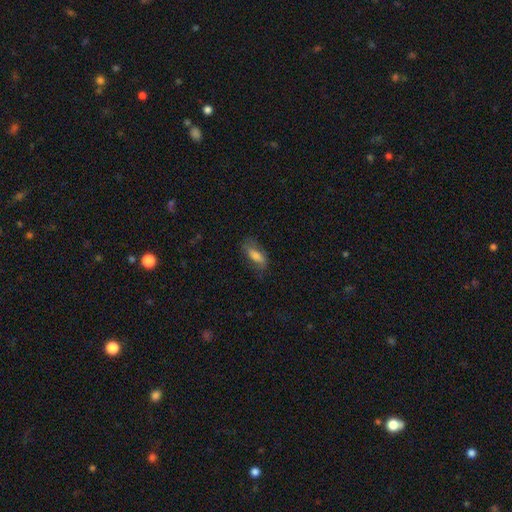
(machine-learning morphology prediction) type=smooth (70%); roundness=in between (70%); merging=none (66%).